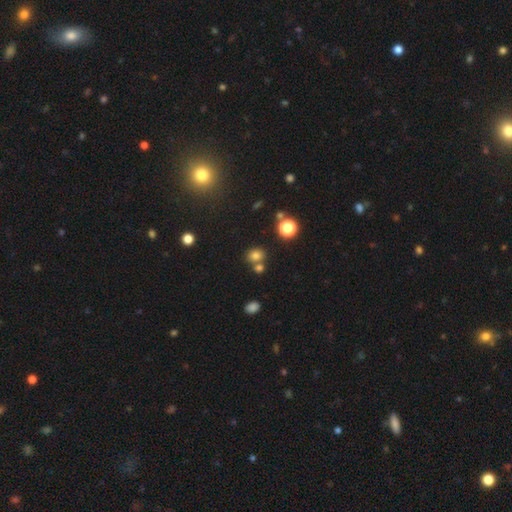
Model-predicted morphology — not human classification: smooth 74%, star or artifact 18%, featured or disk 8%. Down the decision tree: how rounded — round (68%); merging — none (62%).